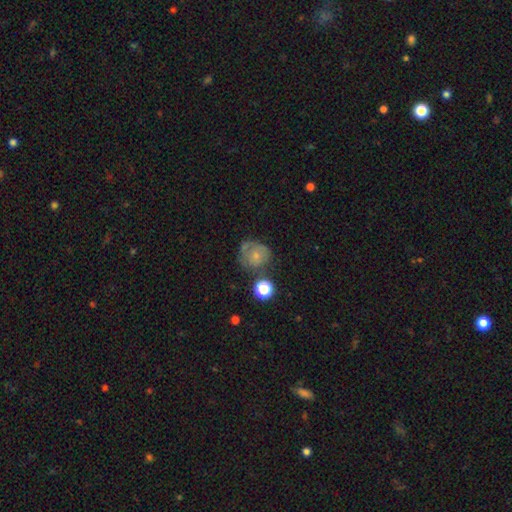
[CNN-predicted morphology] Smooth or featured?
  - smooth: 51% *
  - featured or disk: 36%
  - star or artifact: 13%
How rounded?
  - round: 78% *
  - in between: 21%
  - cigar-shaped: 1%
Merging?
  - none: 45% *
  - minor disturbance: 26%
  - major disturbance: 17%
  - merger: 13%